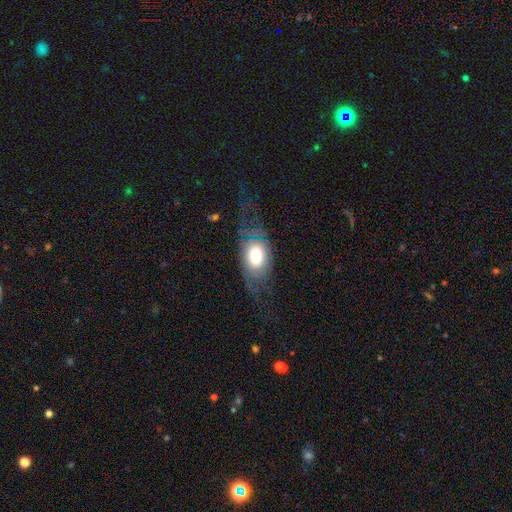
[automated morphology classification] This appears to be a smooth galaxy with no disk features (58%) that is in between round and cigar-shaped (88%). Merging: none (45%).